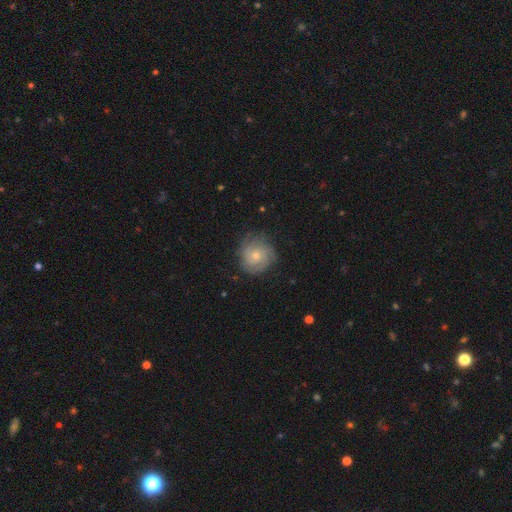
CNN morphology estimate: This appears to be a featured or disk galaxy (58%) with no bar (82%), spiral arms (87%) and a small central bulge (57%). Merging: none (76%).